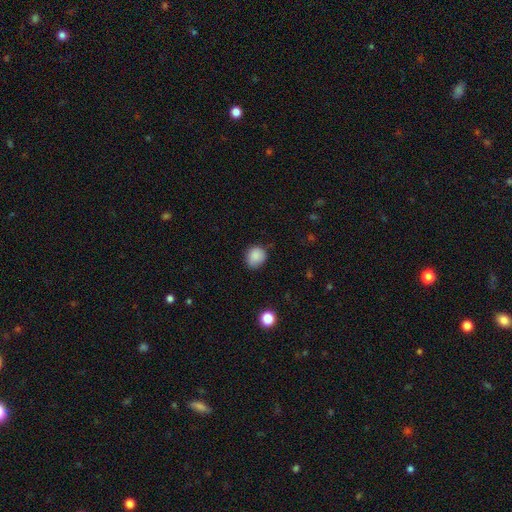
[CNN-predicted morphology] This appears to be a smooth galaxy with no disk features (87%) that is round (73%). Merging: none (75%).